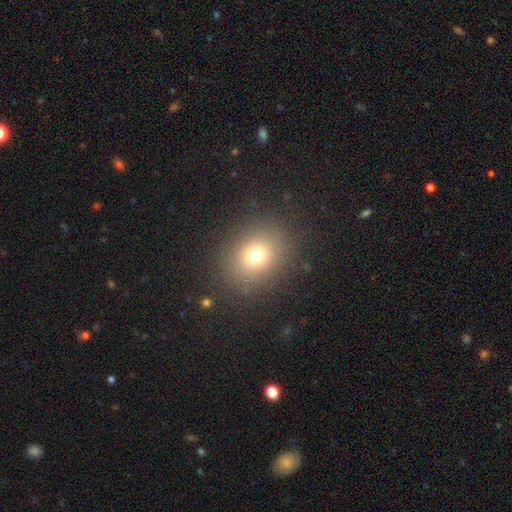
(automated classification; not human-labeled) A smooth galaxy with no disk features (73%) that is round (59%). Merging: none (86%).